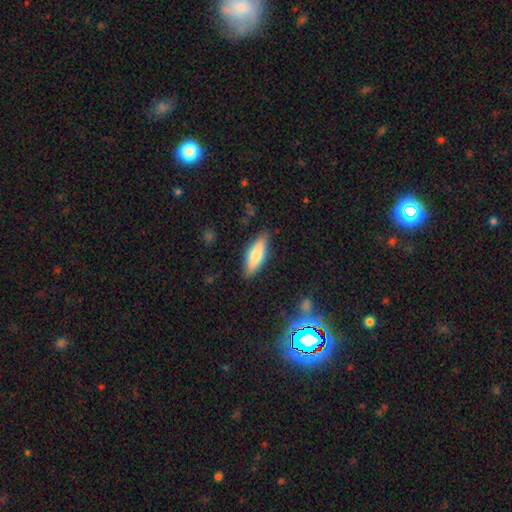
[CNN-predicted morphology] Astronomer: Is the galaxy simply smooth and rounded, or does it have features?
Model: smooth — 71%.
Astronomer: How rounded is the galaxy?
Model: in between — 55% (runner-up: cigar-shaped, 43%).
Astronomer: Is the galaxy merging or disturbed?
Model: none — 84%.